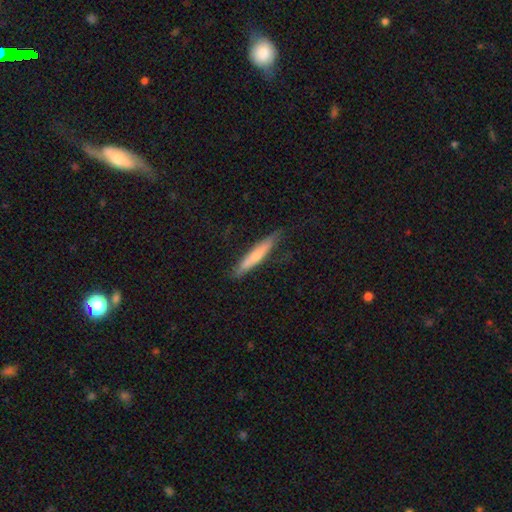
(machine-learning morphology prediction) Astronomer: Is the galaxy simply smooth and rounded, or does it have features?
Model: smooth — 62%.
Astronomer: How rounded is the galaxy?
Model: cigar-shaped — 92%.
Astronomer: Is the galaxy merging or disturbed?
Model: none — 80%.